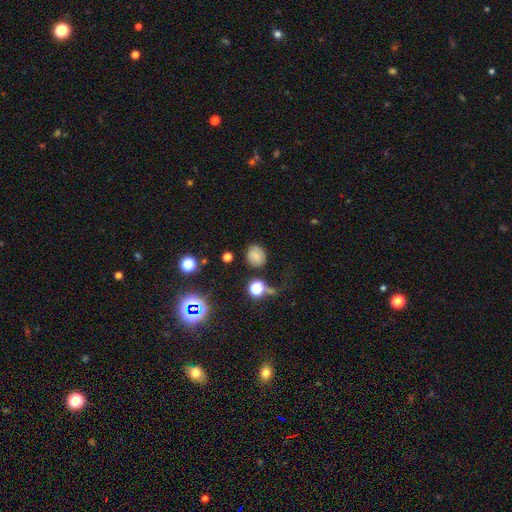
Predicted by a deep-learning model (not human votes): smooth 73%, star or artifact 16%, featured or disk 11%. Down the decision tree: how rounded — round (68%); merging — none (76%).